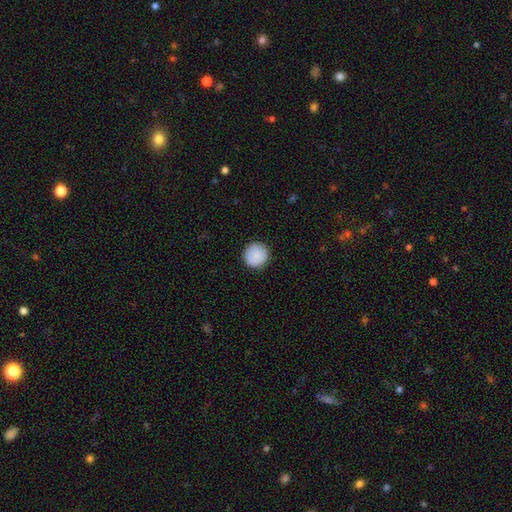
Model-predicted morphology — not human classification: Q: Smooth or featured?
A: smooth (89%); runner-up: star or artifact (7%)
Q: How rounded?
A: round (95%); runner-up: in between (4%)
Q: Merging?
A: none (91%); runner-up: minor disturbance (7%)